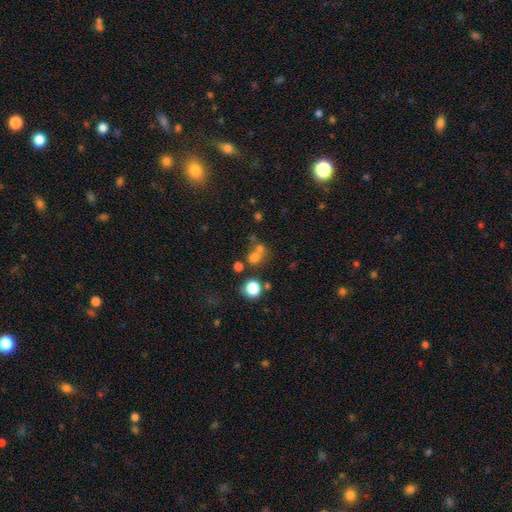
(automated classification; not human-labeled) This is likely a smooth galaxy (64%). How rounded: likely round (67%). Merging: marginally none (41%).